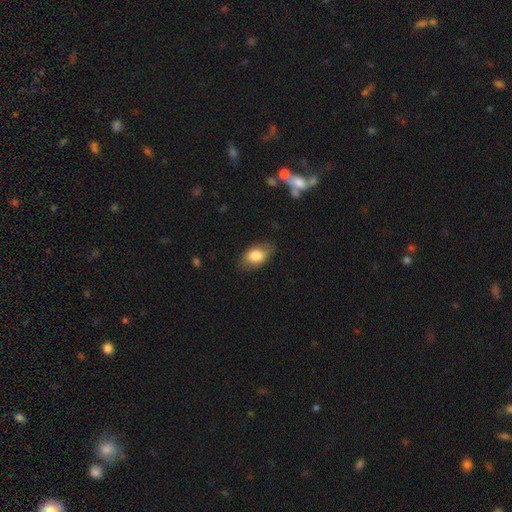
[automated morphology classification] Smooth or featured: smooth — 82% (featured or disk — 11%)
How rounded: in between — 88% (round — 10%)
Merging: none — 78% (minor disturbance — 16%)